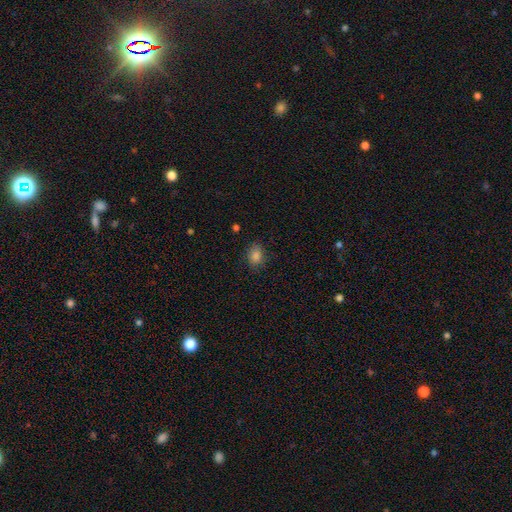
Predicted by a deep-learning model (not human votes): Smooth or featured? Predicted: smooth (p=0.84). How rounded? Predicted: in between (p=0.65). Merging? Predicted: none (p=0.82).